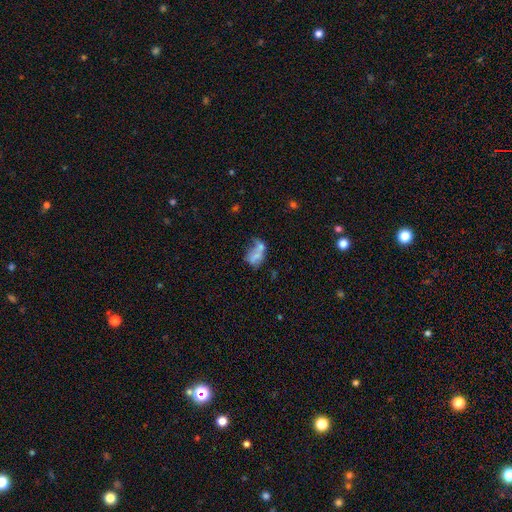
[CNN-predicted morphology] This appears to be a smooth galaxy with no disk features (55%) that is in between round and cigar-shaped (78%). Merging: merger (49%).